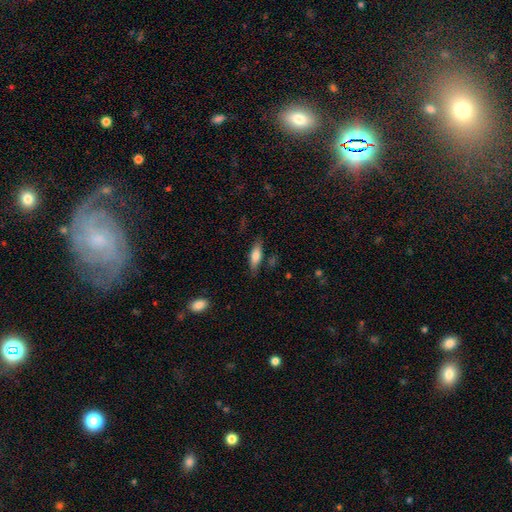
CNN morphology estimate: Smooth or featured? Predicted: smooth (p=0.68). How rounded? Predicted: in between (p=0.49, tied with cigar-shaped). Merging? Predicted: none (p=0.77).